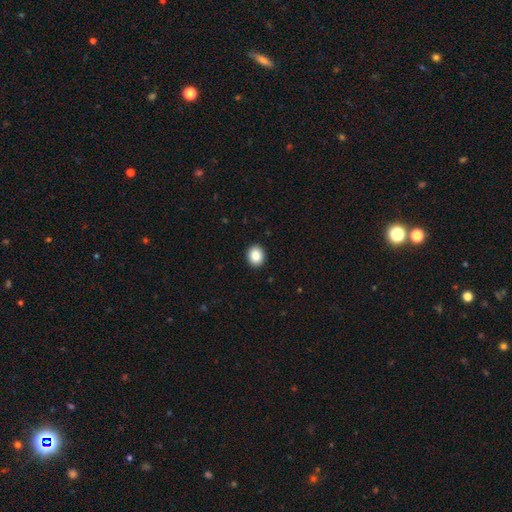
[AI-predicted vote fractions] Smooth or featured? smooth (86%)
How rounded? round (63%)
Merging? none (92%)